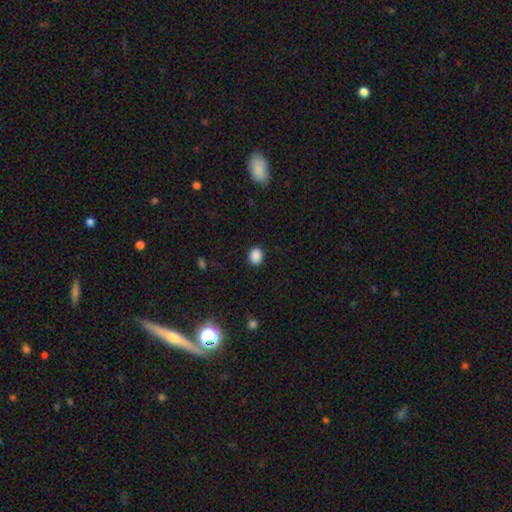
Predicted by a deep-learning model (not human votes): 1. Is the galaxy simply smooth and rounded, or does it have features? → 88% smooth, 9% star or artifact, 3% featured or disk.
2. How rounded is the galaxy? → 61% round, 38% in between, 1% cigar-shaped.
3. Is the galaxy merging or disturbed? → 89% none, 7% minor disturbance, 2% major disturbance, 1% merger.